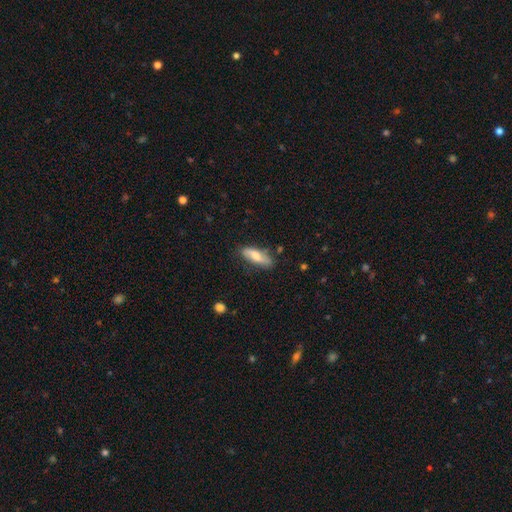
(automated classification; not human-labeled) The model was most divided on "how rounded": in between: 62%, cigar-shaped: 36%, round: 2%. More confident: merging — none (69%); smooth or featured — smooth (67%).